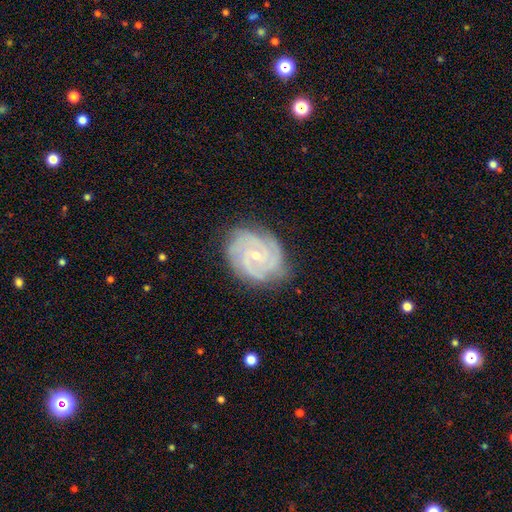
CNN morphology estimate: Smooth or featured? featured or disk (89%)
Edge-on disk? no (98%)
Bar? no (62%)
Spiral arms? yes (98%)
Spiral winding? tight (73%)
Spiral arm count? 3 (43%)
Bulge size? small (75%)
Merging? none (81%)